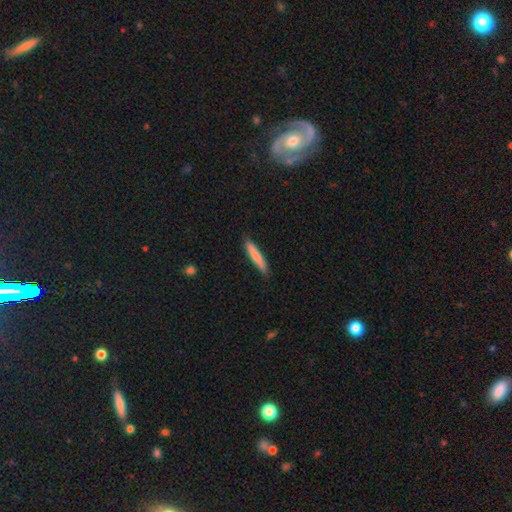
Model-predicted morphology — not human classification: A smooth galaxy with no disk features (81%) that is cigar-shaped (91%).

Vote fractions:
- Smooth or featured? smooth: 81% / featured or disk: 14% / star or artifact: 6%
- How rounded? cigar-shaped: 91% / in between: 8% / round: 1%
- Merging? none: 87% / minor disturbance: 10% / major disturbance: 2% / merger: 1%